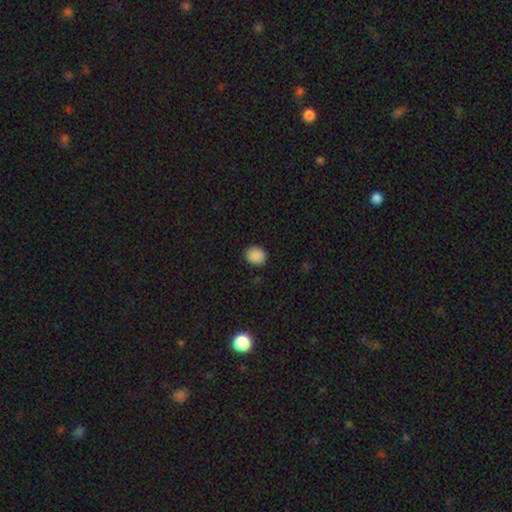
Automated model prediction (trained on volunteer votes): Q: Smooth or featured?
A: smooth (89%); runner-up: star or artifact (9%)
Q: How rounded?
A: round (64%); runner-up: in between (35%)
Q: Merging?
A: none (89%); runner-up: minor disturbance (8%)